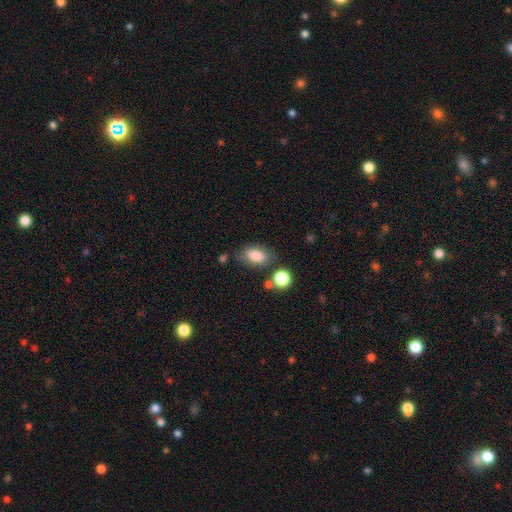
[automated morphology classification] Smooth or featured? Predicted: smooth (p=0.84). How rounded? Predicted: in between (p=0.88). Merging? Predicted: none (p=0.68).